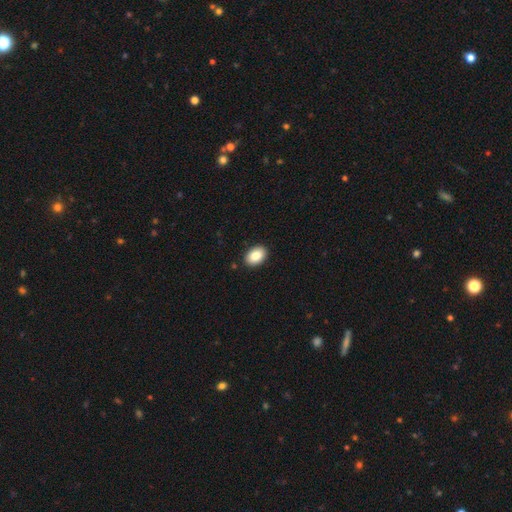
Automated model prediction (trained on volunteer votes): This appears to be a smooth galaxy with no disk features (87%) that is in between round and cigar-shaped (87%). Merging: none (90%).